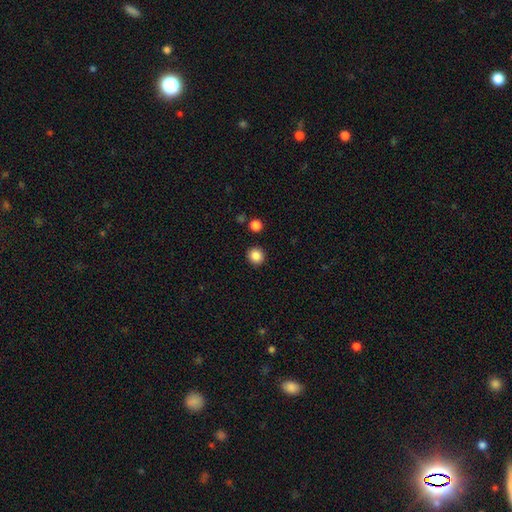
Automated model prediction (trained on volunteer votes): smooth_or_featured: smooth (p=0.86) [alt: star or artifact p=0.10]
how_rounded: round (p=0.91) [alt: in between p=0.08]
merging: none (p=0.91) [alt: minor disturbance p=0.05]